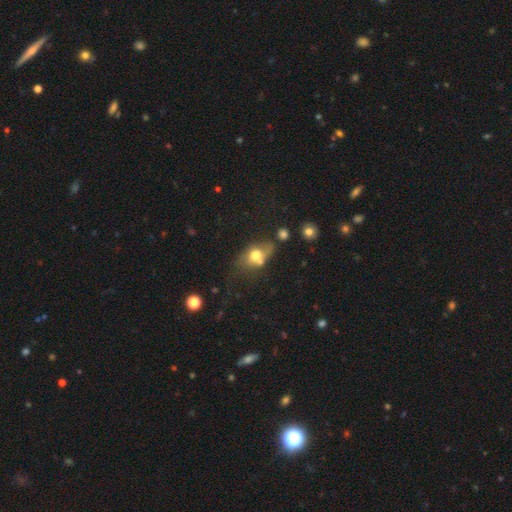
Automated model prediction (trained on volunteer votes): smooth_or_featured: smooth (p=0.66) [alt: featured or disk p=0.22]
how_rounded: in between (p=0.65) [alt: round p=0.32]
merging: none (p=0.36) [alt: minor disturbance p=0.24]